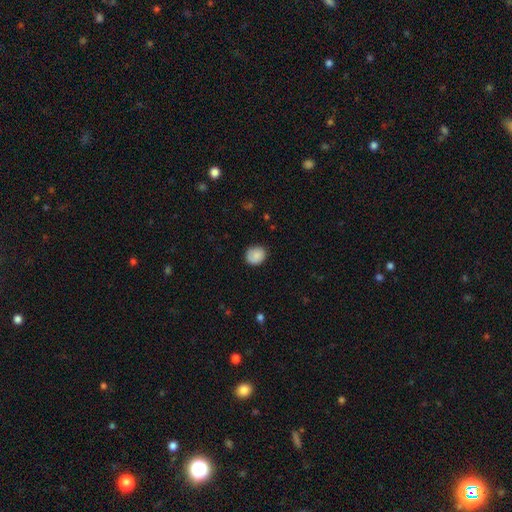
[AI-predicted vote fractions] Smooth or featured? smooth (86%)
How rounded? round (72%)
Merging? none (81%)